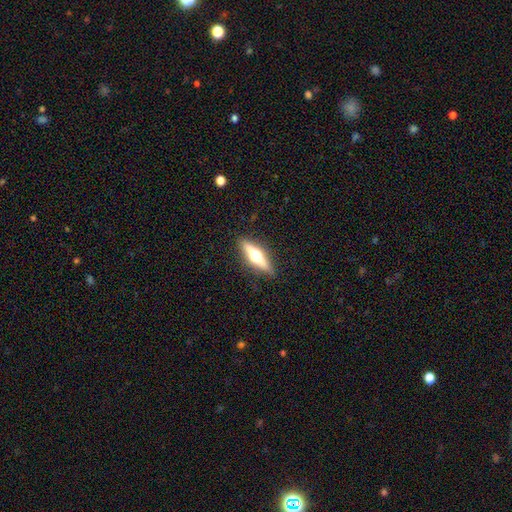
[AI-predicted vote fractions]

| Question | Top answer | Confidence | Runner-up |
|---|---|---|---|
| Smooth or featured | featured or disk | 60% | smooth (33%) |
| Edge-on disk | yes | 94% | no (6%) |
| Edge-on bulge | rounded | 95% | boxy (3%) |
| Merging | none | 88% | minor disturbance (8%) |